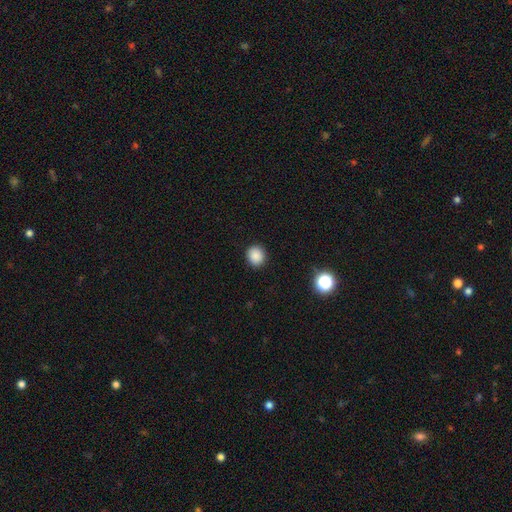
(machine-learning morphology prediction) This is clearly a smooth galaxy (87%). How rounded: clearly round (81%). Merging: clearly none (91%).